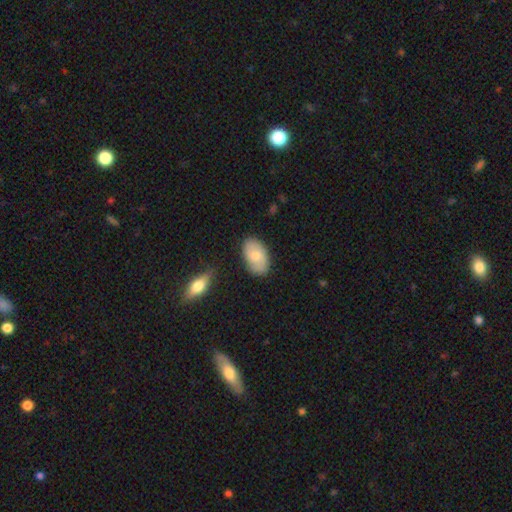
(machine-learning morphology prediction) This is likely a smooth galaxy (69%). How rounded: clearly in between (93%). Merging: likely none (79%).